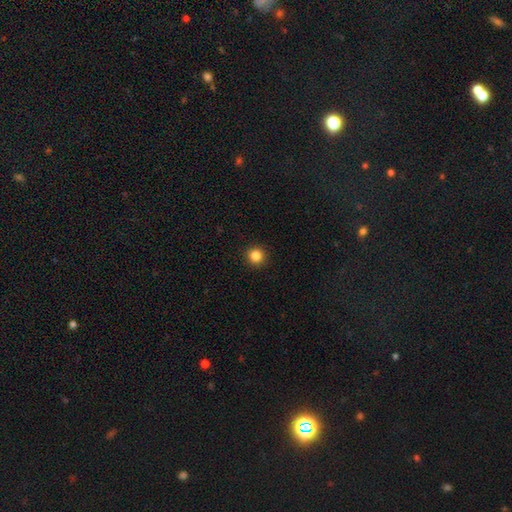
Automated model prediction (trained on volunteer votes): Smooth or featured: smooth — 84% (star or artifact — 12%)
How rounded: round — 96% (in between — 4%)
Merging: none — 93% (minor disturbance — 5%)